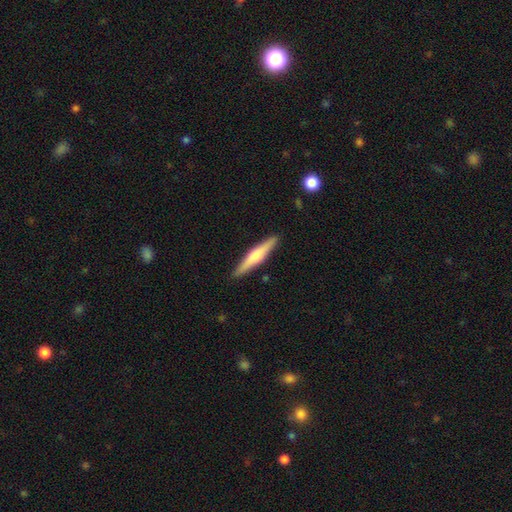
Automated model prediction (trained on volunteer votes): The model was most divided on "smooth or featured": featured or disk: 48%, smooth: 47%, star or artifact: 5%. More confident: merging — none (90%).